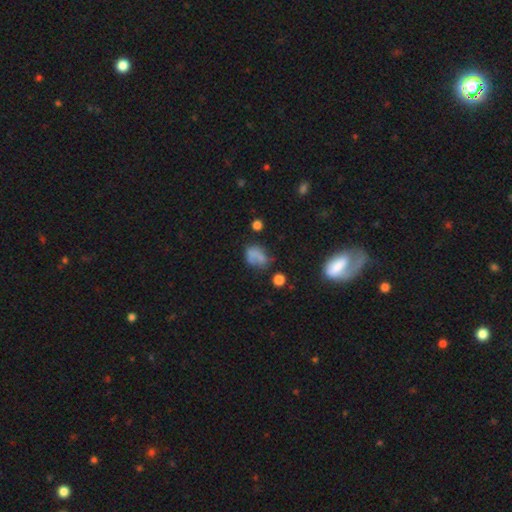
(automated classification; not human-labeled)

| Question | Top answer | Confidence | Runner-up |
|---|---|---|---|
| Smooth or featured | smooth | 63% | featured or disk (21%) |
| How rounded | in between | 64% | round (34%) |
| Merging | none | 38% | minor disturbance (27%) |